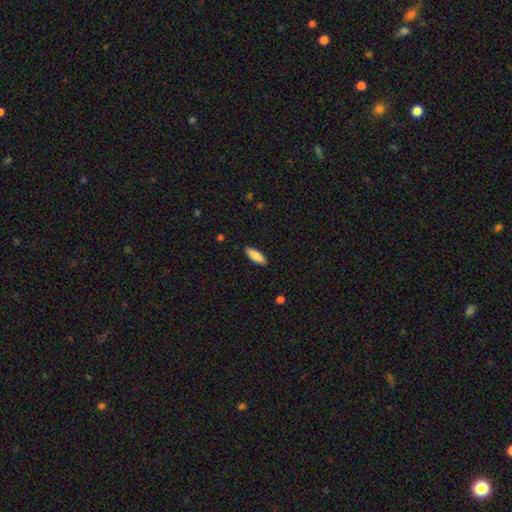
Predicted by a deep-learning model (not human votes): smooth 87%, featured or disk 8%, star or artifact 6%. Down the decision tree: how rounded — in between (65%); merging — none (88%).